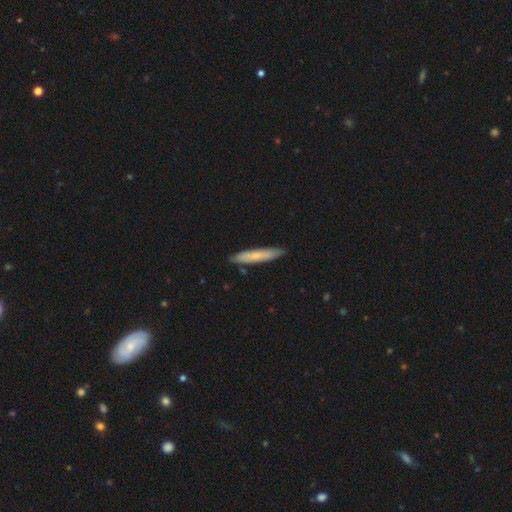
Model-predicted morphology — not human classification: Overall: smooth (62%; featured or disk 32%). How rounded: cigar-shaped (90%). Merging: none (88%).